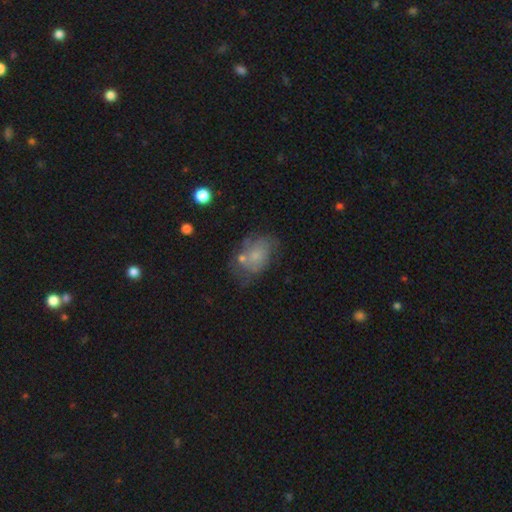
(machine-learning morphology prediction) This appears to be a smooth galaxy with no disk features (52%) that is in between round and cigar-shaped (76%). Merging: none (39%).